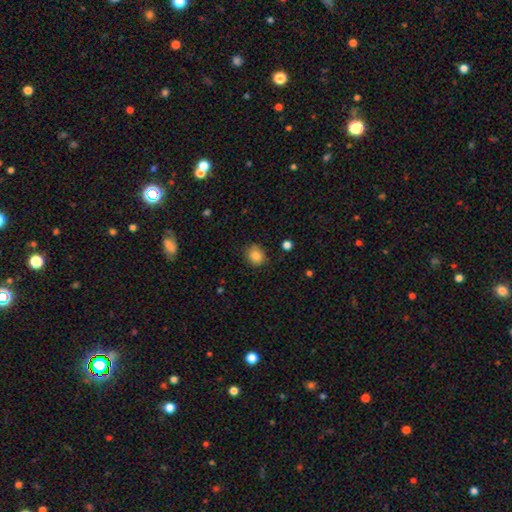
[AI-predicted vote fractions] smooth_or_featured: smooth (p=0.85) [alt: star or artifact p=0.10]
how_rounded: round (p=0.72) [alt: in between p=0.28]
merging: none (p=0.80) [alt: minor disturbance p=0.16]